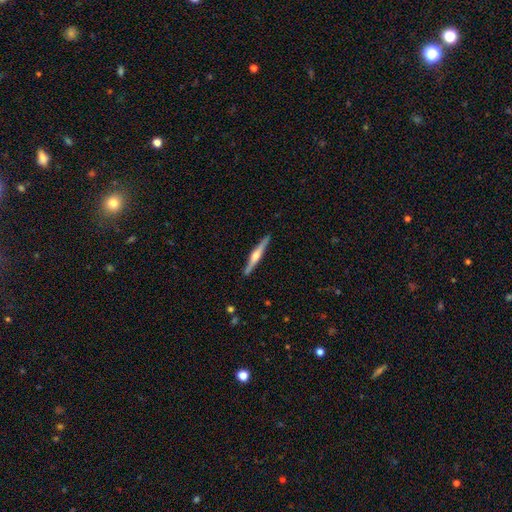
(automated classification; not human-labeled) Morphology: type=featured or disk (72%); edge-on=yes (98%); edge-on bulge=rounded (86%); merging=none (90%).